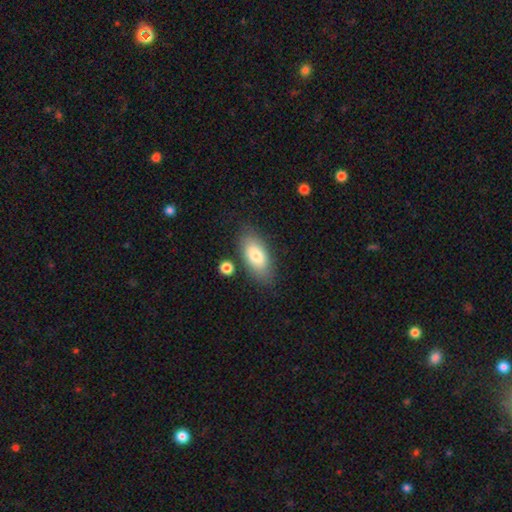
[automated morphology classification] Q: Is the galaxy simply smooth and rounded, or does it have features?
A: smooth — 75%.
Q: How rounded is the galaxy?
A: in between — 90%.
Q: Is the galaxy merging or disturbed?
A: none — 75%.